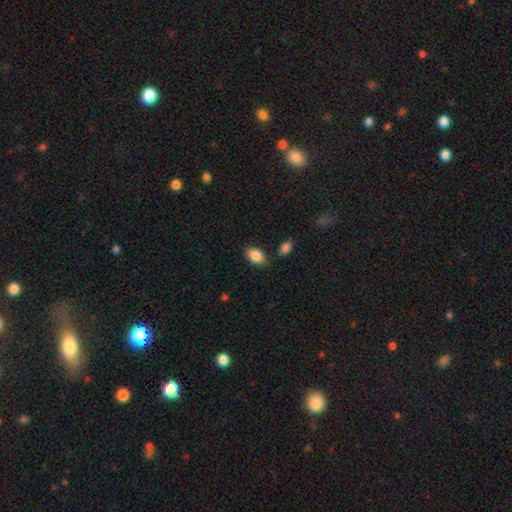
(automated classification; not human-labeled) The model was most divided on "merging": none: 77%, minor disturbance: 14%, merger: 5%, major disturbance: 3%. More confident: smooth or featured — smooth (87%); how rounded — in between (86%).